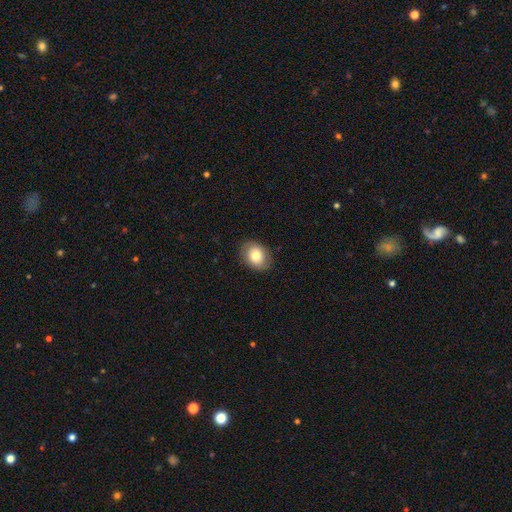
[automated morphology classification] Smooth or featured? Predicted: smooth (p=0.76). How rounded? Predicted: in between (p=0.57). Merging? Predicted: none (p=0.84).